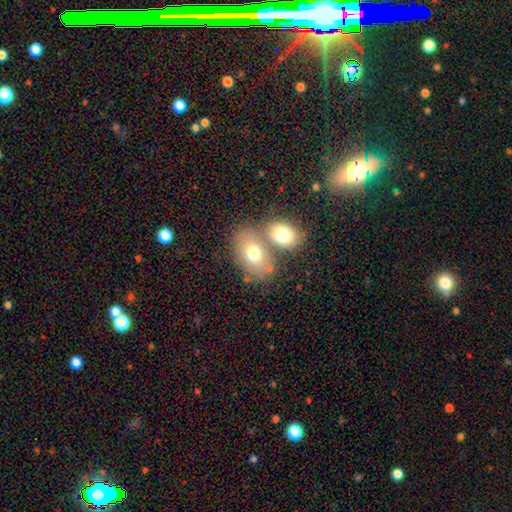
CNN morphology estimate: smooth-or-featured: smooth: 67% | featured or disk: 21% | star or artifact: 12%
  how-rounded: in between: 78% | round: 20% | cigar-shaped: 2%
  merging: none: 46% | merger: 41% | minor disturbance: 10% | major disturbance: 4%